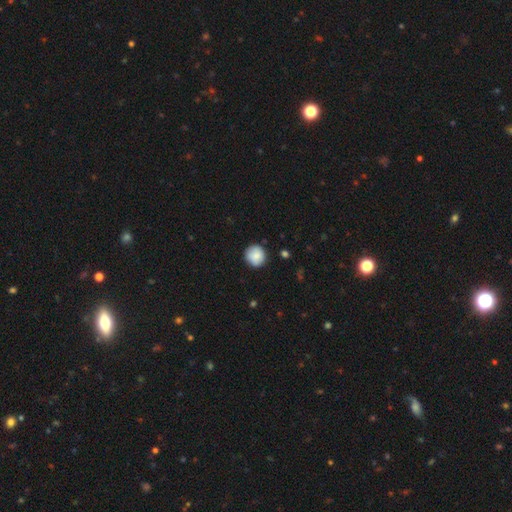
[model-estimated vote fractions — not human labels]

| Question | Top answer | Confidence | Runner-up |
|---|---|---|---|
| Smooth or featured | smooth | 85% | featured or disk (8%) |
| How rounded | round | 93% | in between (6%) |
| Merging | none | 86% | minor disturbance (10%) |